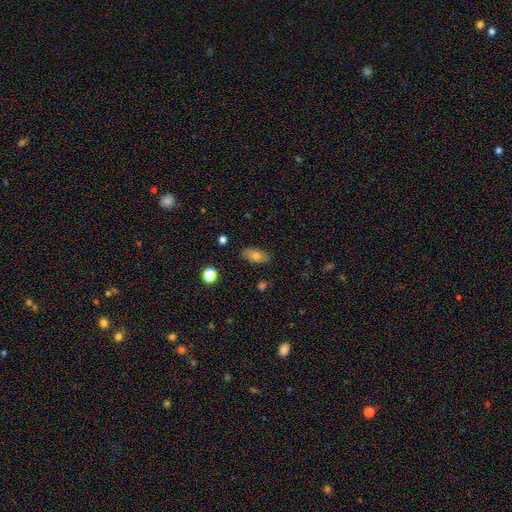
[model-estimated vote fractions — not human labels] Smooth or featured: smooth — 75% (featured or disk — 15%)
How rounded: in between — 89% (cigar-shaped — 6%)
Merging: none — 85% (minor disturbance — 11%)